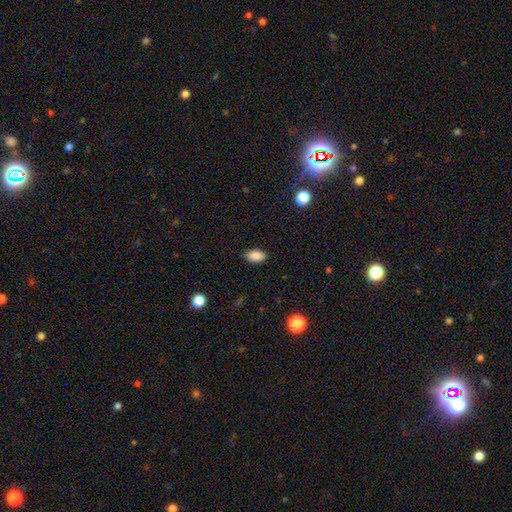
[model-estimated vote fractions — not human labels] Smooth or featured?
  - smooth: 88% *
  - star or artifact: 8%
  - featured or disk: 4%
How rounded?
  - in between: 93% *
  - round: 5%
  - cigar-shaped: 2%
Merging?
  - none: 87% *
  - minor disturbance: 10%
  - major disturbance: 2%
  - merger: 1%